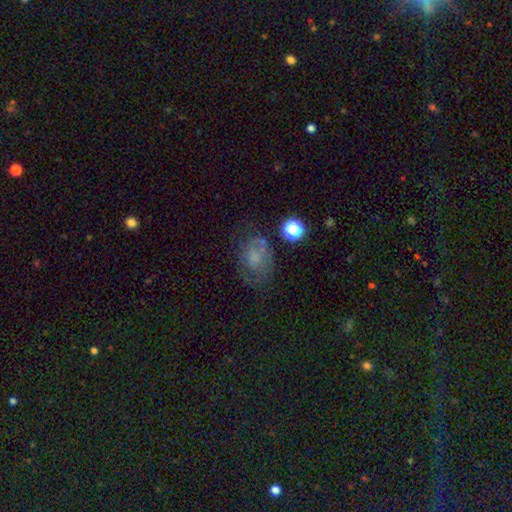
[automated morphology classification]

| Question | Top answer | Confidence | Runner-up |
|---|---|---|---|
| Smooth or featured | smooth | 52% | featured or disk (32%) |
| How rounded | in between | 64% | round (35%) |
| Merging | none | 47% | minor disturbance (25%) |